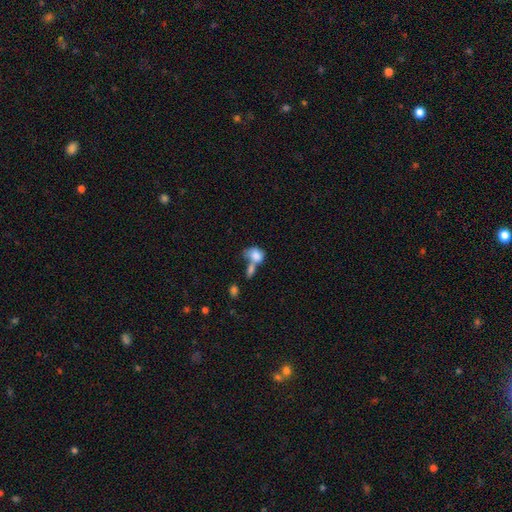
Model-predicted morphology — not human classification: Smooth or featured: smooth — 77% (featured or disk — 14%)
How rounded: in between — 69% (round — 29%)
Merging: merger — 57% (none — 20%)